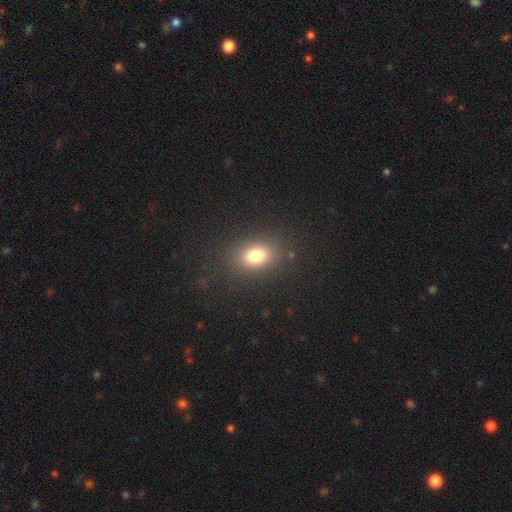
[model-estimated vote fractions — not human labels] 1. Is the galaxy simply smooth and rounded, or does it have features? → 78% smooth, 13% star or artifact, 8% featured or disk.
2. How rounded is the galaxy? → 67% in between, 32% round, 2% cigar-shaped.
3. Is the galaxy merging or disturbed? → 85% none, 9% minor disturbance, 5% major disturbance, 1% merger.